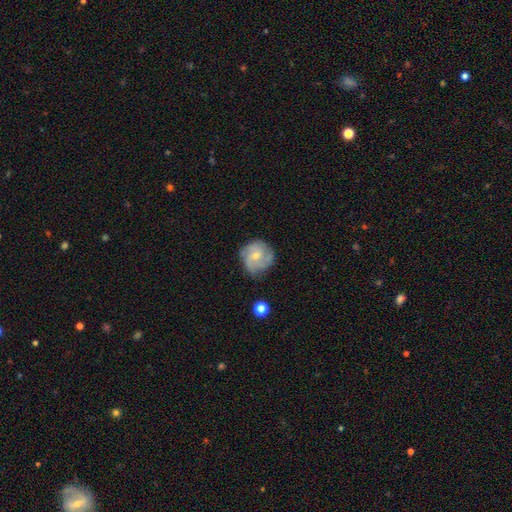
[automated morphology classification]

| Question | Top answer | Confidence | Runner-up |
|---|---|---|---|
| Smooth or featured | featured or disk | 70% | smooth (23%) |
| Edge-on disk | no | 98% | yes (2%) |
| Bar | no | 65% | weak (31%) |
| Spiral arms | yes | 93% | no (7%) |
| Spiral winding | medium | 44% | tight (42%) |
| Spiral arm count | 3 | 48% | 2 (17%) |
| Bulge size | small | 59% | moderate (36%) |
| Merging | none | 70% | minor disturbance (21%) |